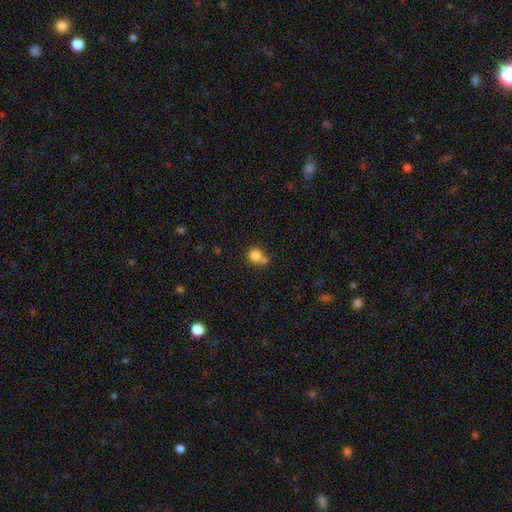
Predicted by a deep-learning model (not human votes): Morphology: type=smooth (81%); roundness=round (87%); merging=none (50%).